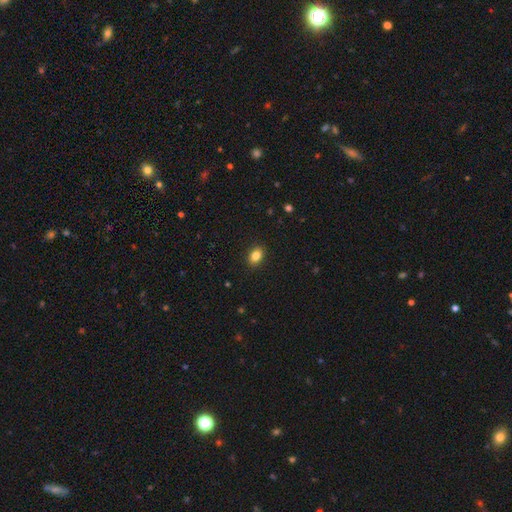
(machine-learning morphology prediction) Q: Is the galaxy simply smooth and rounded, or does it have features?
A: smooth — 85%.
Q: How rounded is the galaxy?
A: in between — 74%.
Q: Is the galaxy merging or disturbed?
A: none — 90%.